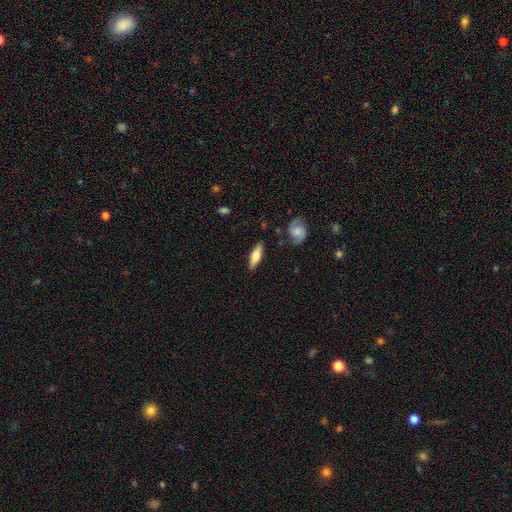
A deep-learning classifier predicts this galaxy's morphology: smooth_or_featured: smooth (p=0.56) [alt: featured or disk p=0.38]
how_rounded: cigar-shaped (p=0.52) [alt: in between p=0.45]
merging: none (p=0.84) [alt: minor disturbance p=0.11]